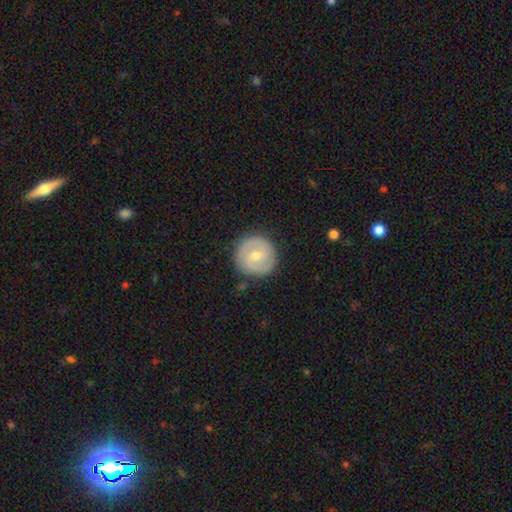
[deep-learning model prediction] Q: Smooth or featured?
A: featured or disk (53%); runner-up: smooth (40%)
Q: Edge-on disk?
A: no (97%); runner-up: yes (3%)
Q: Bar?
A: weak (46%); runner-up: no (41%)
Q: Spiral arms?
A: yes (61%); runner-up: no (39%)
Q: Bulge size?
A: moderate (63%); runner-up: small (34%)
Q: Merging?
A: none (86%); runner-up: minor disturbance (10%)